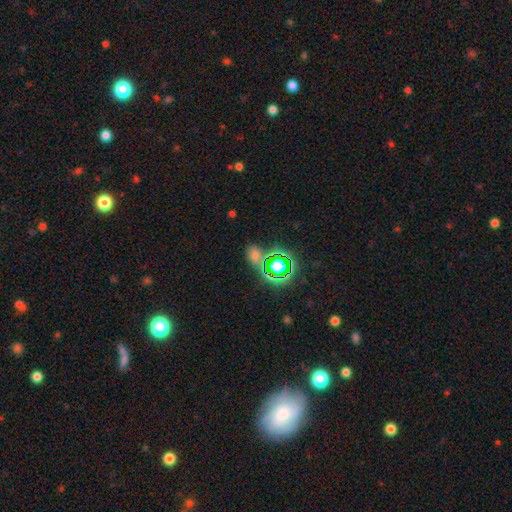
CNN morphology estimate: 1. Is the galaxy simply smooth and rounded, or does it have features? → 49% star or artifact, 42% smooth, 9% featured or disk.